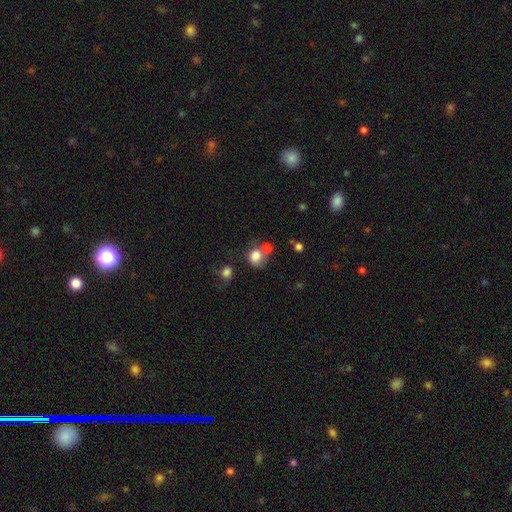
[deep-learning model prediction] Morphology: type=smooth (80%); roundness=round (72%); merging=none (44%).